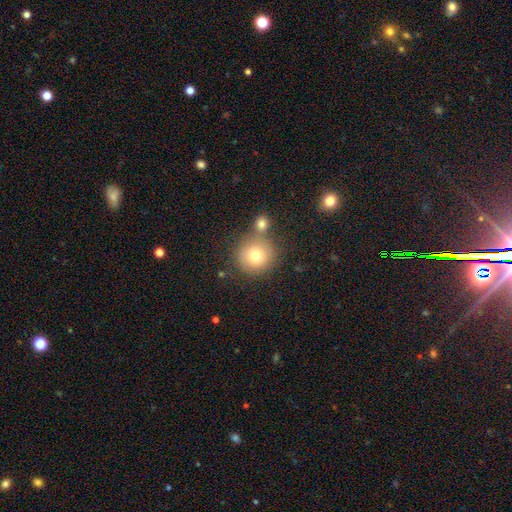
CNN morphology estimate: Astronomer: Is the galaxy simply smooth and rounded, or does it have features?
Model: smooth — 75%.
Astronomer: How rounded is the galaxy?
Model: round — 93%.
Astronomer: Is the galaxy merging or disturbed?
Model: none — 63%.